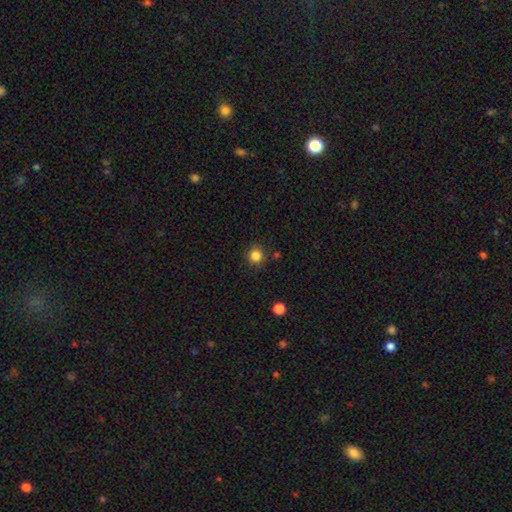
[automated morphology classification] The model was most divided on "smooth or featured": smooth: 84%, star or artifact: 12%, featured or disk: 4%. More confident: how rounded — round (92%); merging — none (87%).